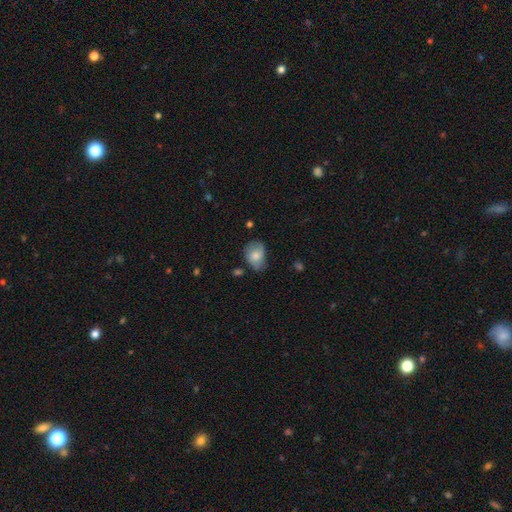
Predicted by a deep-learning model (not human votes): smooth_or_featured: smooth (p=0.73) [alt: featured or disk p=0.20]
how_rounded: in between (p=0.69) [alt: round p=0.30]
merging: none (p=0.52) [alt: minor disturbance p=0.35]